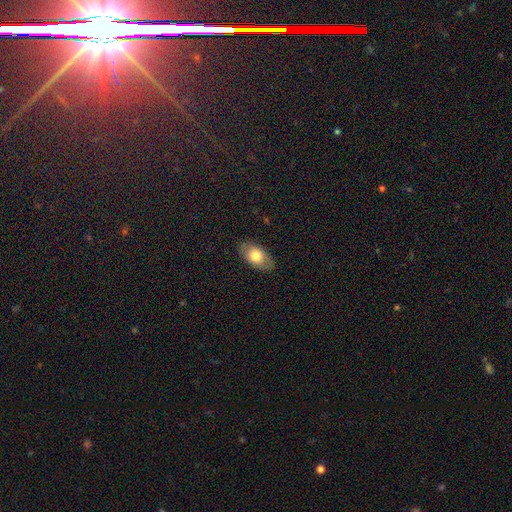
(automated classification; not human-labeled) Morphology: type=smooth (71%); roundness=in between (92%); merging=none (86%).